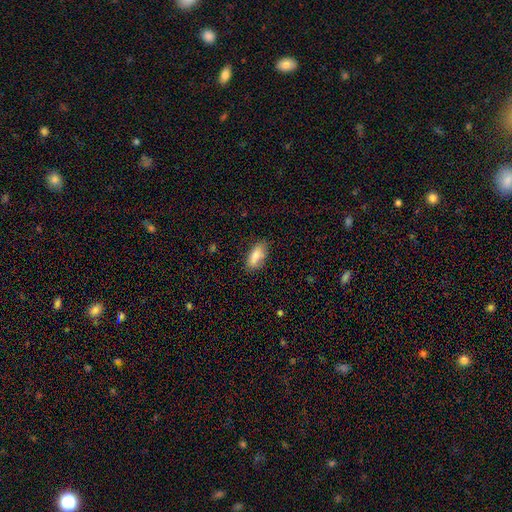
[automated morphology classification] Q: Smooth or featured?
A: smooth (81%); runner-up: featured or disk (12%)
Q: How rounded?
A: in between (84%); runner-up: cigar-shaped (13%)
Q: Merging?
A: none (79%); runner-up: minor disturbance (16%)